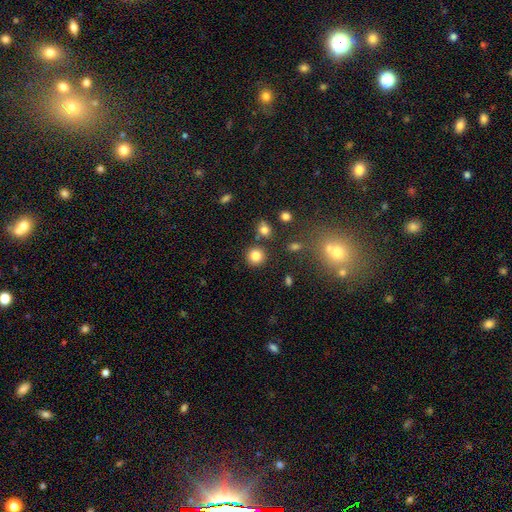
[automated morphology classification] A smooth galaxy with no disk features (82%) that is round (93%). Merging: none (85%).